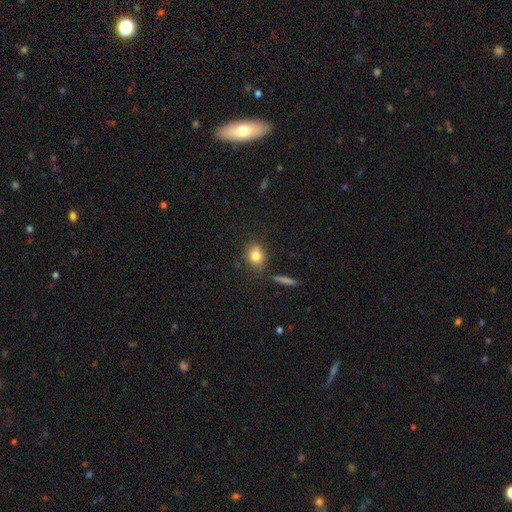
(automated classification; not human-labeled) smooth-or-featured: smooth: 79% | featured or disk: 11% | star or artifact: 10%
  how-rounded: in between: 52% | round: 45% | cigar-shaped: 3%
  merging: none: 71% | minor disturbance: 18% | merger: 5% | major disturbance: 5%